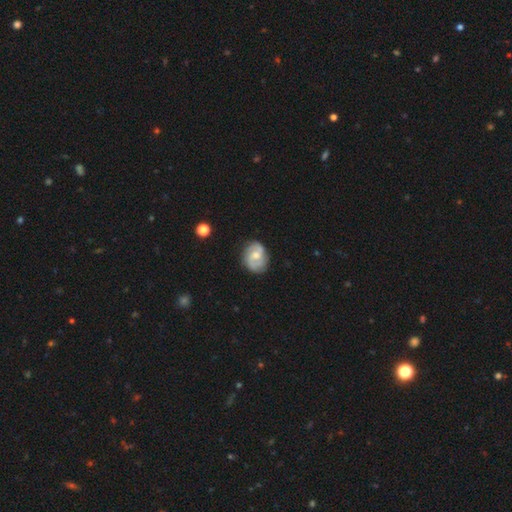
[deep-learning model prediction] Morphology: type=featured or disk (68%); edge-on=no (97%); bar=weak (48%); spiral arms=yes (90%); winding=medium (46%); arm count=2 (74%); bulge=moderate (59%); merging=none (77%).